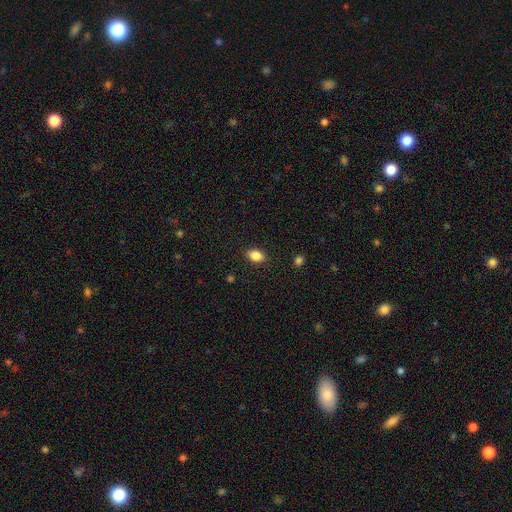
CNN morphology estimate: smooth 86%, star or artifact 9%, featured or disk 5%. Down the decision tree: how rounded — in between (83%); merging — none (89%).